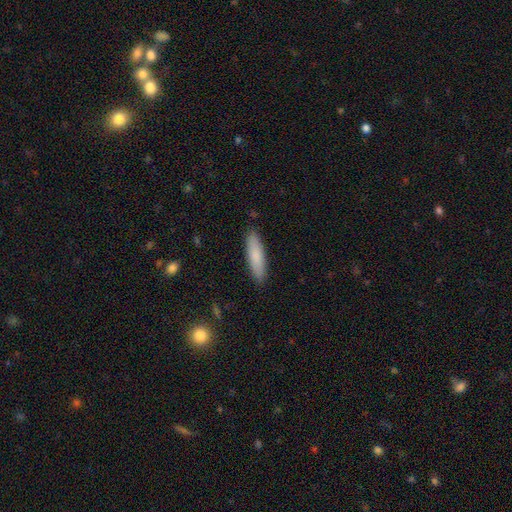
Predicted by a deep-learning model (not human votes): Smooth or featured? Predicted: smooth (p=0.82). How rounded? Predicted: cigar-shaped (p=0.74). Merging? Predicted: none (p=0.89).